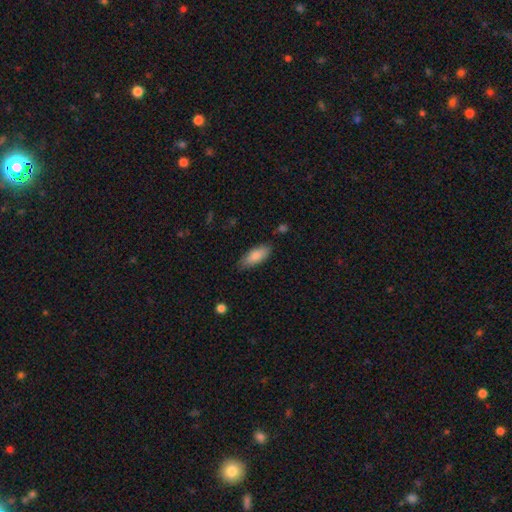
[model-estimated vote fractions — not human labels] A smooth galaxy with no disk features (84%) that is in between round and cigar-shaped (76%).

Vote fractions:
- Smooth or featured? smooth: 84% / featured or disk: 10% / star or artifact: 6%
- How rounded? in between: 76% / cigar-shaped: 22% / round: 2%
- Merging? none: 80% / minor disturbance: 15% / major disturbance: 3% / merger: 2%